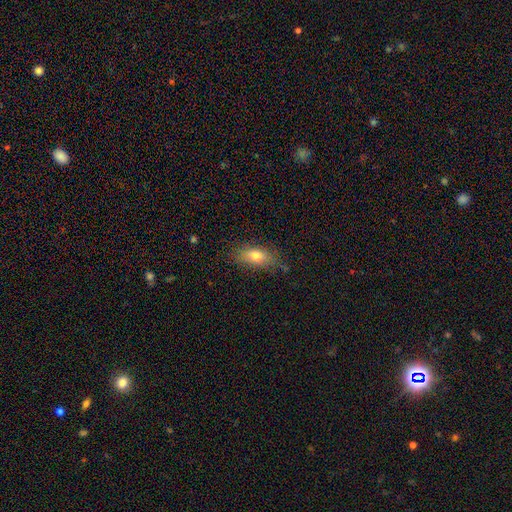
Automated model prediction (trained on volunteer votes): A smooth galaxy with no disk features (77%) that is in between round and cigar-shaped (81%).

Vote fractions:
- Smooth or featured? smooth: 77% / featured or disk: 14% / star or artifact: 9%
- How rounded? in between: 81% / cigar-shaped: 13% / round: 6%
- Merging? none: 74% / minor disturbance: 19% / major disturbance: 5% / merger: 2%